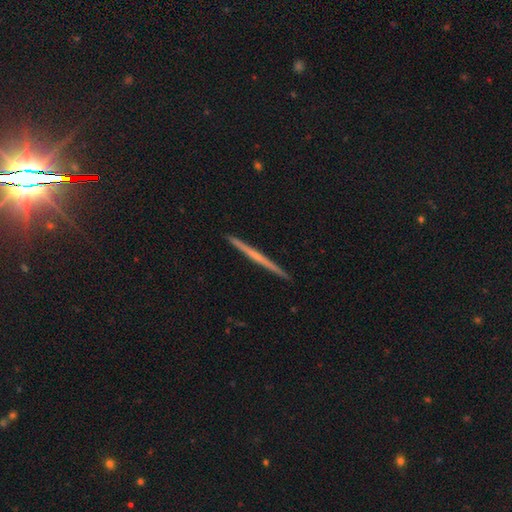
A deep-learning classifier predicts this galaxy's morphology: smooth-or-featured: featured or disk: 60% | smooth: 35% | star or artifact: 5%
  disk-edge-on: yes: 98% | no: 2%
    edge-on-bulge: none: 85% | rounded: 11% | boxy: 4%
  merging: none: 93% | minor disturbance: 5% | major disturbance: 1% | merger: 1%